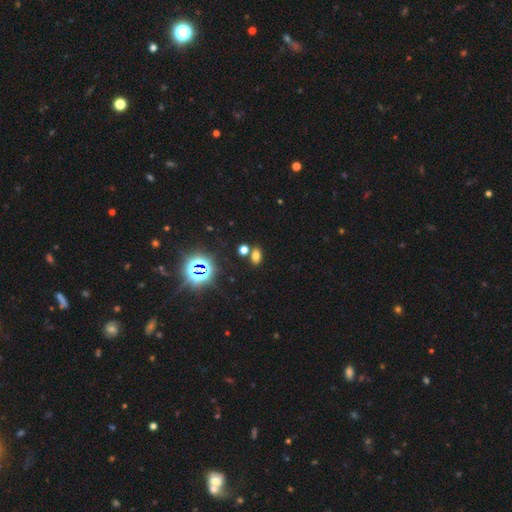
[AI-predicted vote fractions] This is likely a smooth galaxy (62%). How rounded: clearly in between (82%). Merging: likely none (71%).